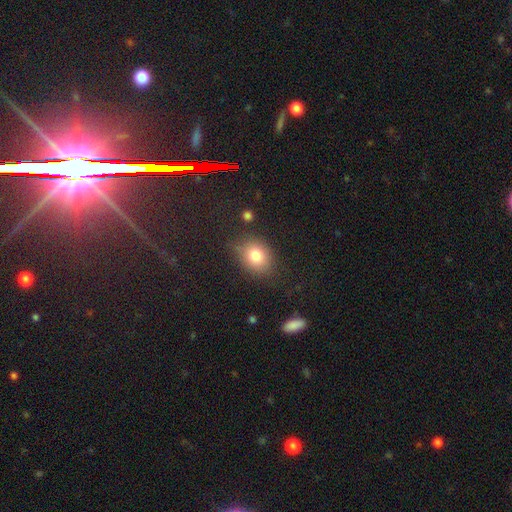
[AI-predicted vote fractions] Smooth or featured: smooth — 80% (star or artifact — 11%)
How rounded: round — 52% (in between — 47%)
Merging: none — 75% (minor disturbance — 17%)